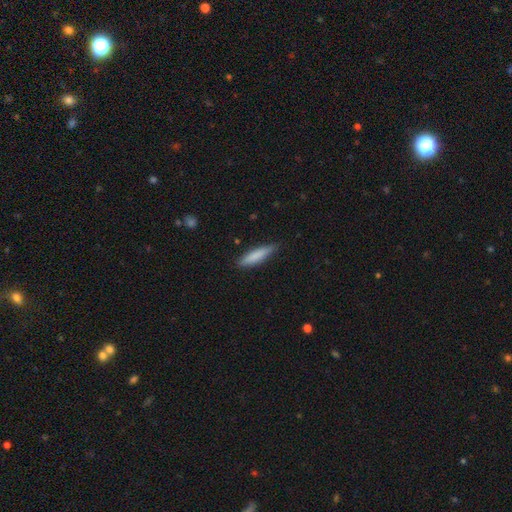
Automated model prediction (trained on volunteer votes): Smooth or featured? Predicted: smooth (p=0.82). How rounded? Predicted: cigar-shaped (p=0.78). Merging? Predicted: none (p=0.83).